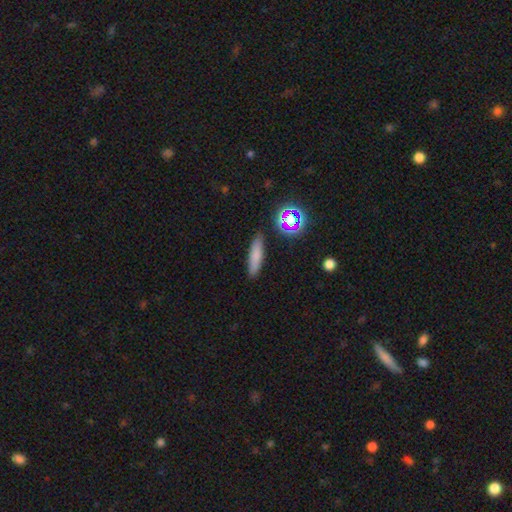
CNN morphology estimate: Overall: smooth (74%). How rounded: cigar-shaped (72%). Merging: none (86%).